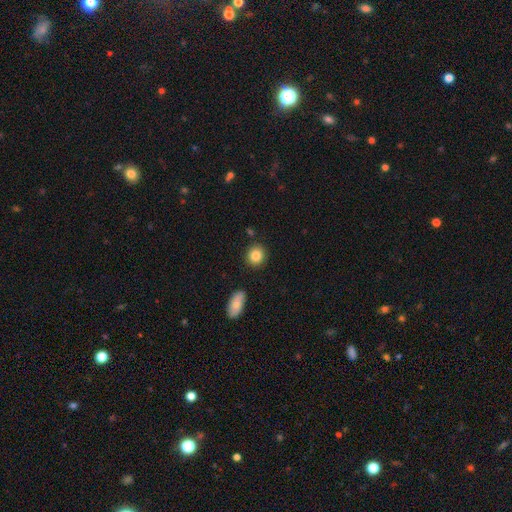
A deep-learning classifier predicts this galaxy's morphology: A smooth galaxy with no disk features (85%) that is round (81%).

Vote fractions:
- Smooth or featured? smooth: 85% / star or artifact: 9% / featured or disk: 6%
- How rounded? round: 81% / in between: 18% / cigar-shaped: 1%
- Merging? none: 87% / minor disturbance: 8% / merger: 3% / major disturbance: 2%